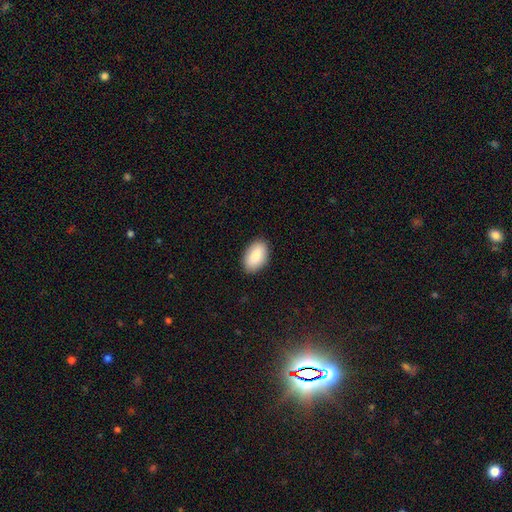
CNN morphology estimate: Smooth or featured? Predicted: smooth (p=0.87). How rounded? Predicted: in between (p=0.94). Merging? Predicted: none (p=0.88).